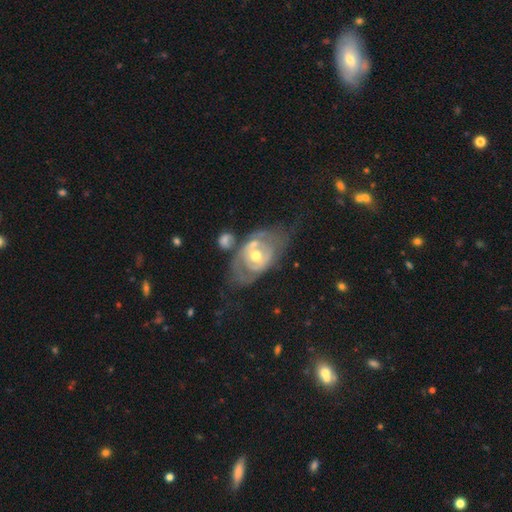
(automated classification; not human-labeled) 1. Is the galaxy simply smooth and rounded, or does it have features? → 79% featured or disk, 15% smooth, 6% star or artifact.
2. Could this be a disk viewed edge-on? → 95% no, 5% yes.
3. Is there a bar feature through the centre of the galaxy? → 64% no, 26% weak, 10% strong.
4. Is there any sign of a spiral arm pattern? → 65% yes, 35% no.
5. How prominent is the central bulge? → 71% moderate, 21% small, 5% large, 1% none, 1% dominant.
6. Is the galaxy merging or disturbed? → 43% none, 22% major disturbance, 21% minor disturbance, 13% merger.